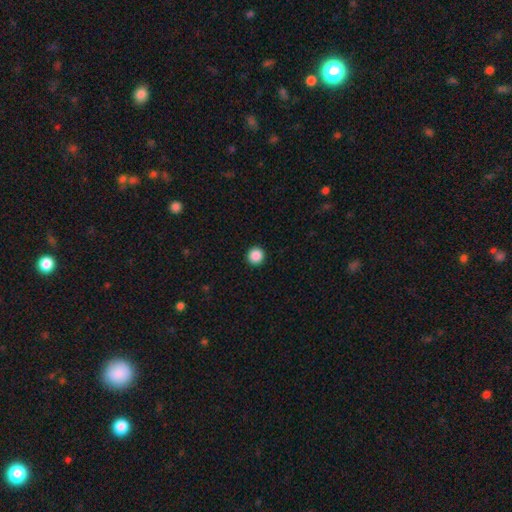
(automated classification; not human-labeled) The model was most divided on "smooth or featured": smooth: 88%, star or artifact: 9%, featured or disk: 2%. More confident: how rounded — round (96%); merging — none (94%).